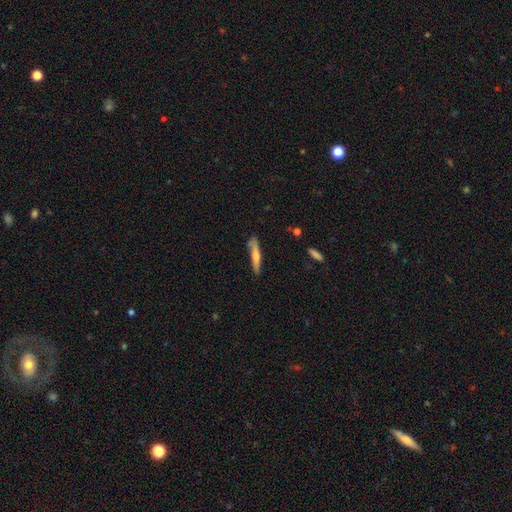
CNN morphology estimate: A smooth galaxy with no disk features (59%) that is cigar-shaped (91%).

Vote fractions:
- Smooth or featured? smooth: 59% / featured or disk: 35% / star or artifact: 6%
- How rounded? cigar-shaped: 91% / in between: 7% / round: 1%
- Merging? none: 70% / minor disturbance: 21% / major disturbance: 5% / merger: 4%